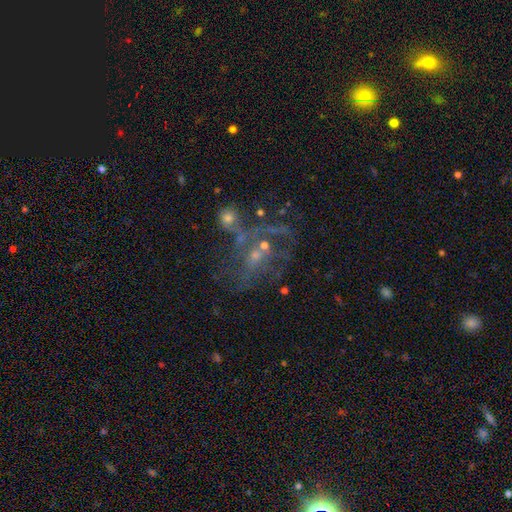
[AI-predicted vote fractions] Overall: featured or disk (62%). Edge-on disk: no (97%). Bar: no (71%). Spiral arms: no (50%, tied with yes). Bulge size: small (50%; moderate 25%). Merging: none (33%; major disturbance 29%).